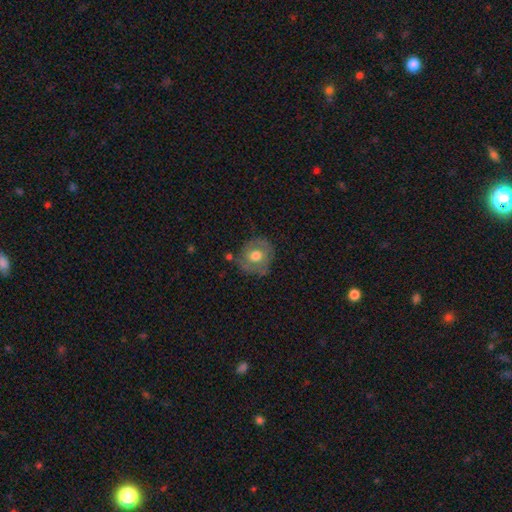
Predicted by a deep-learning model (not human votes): Smooth or featured: smooth — 47% (featured or disk — 46%)
Merging: none — 69% (minor disturbance — 21%)